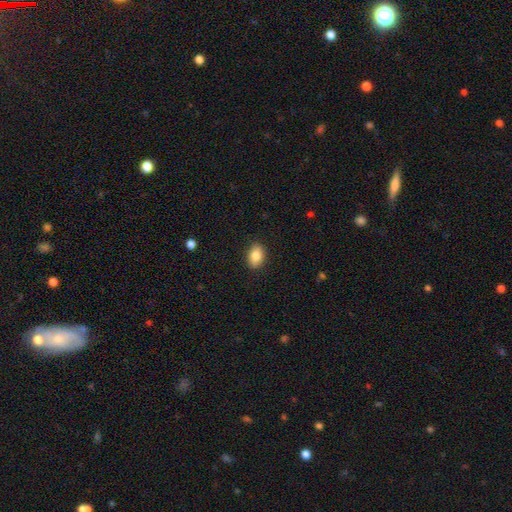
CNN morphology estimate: Smooth or featured? smooth (84%)
How rounded? in between (81%)
Merging? none (89%)